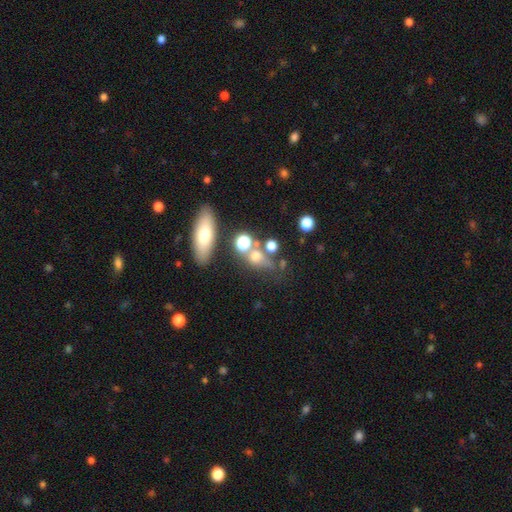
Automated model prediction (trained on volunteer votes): Smooth or featured? Predicted: smooth (p=0.60). How rounded? Predicted: round (p=0.57). Merging? Predicted: none (p=0.46).